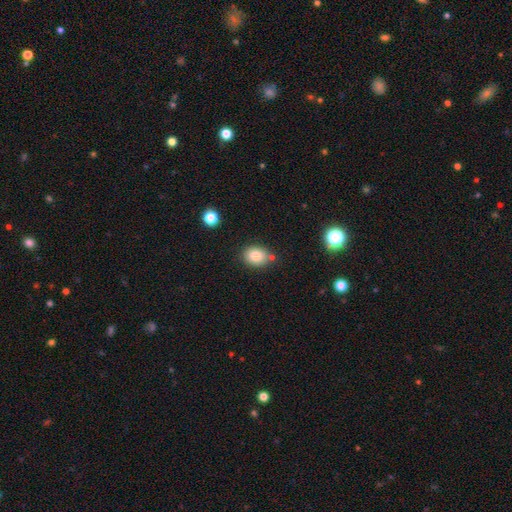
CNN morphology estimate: This appears to be a smooth galaxy with no disk features (83%) that is in between round and cigar-shaped (52%). Merging: none (72%).